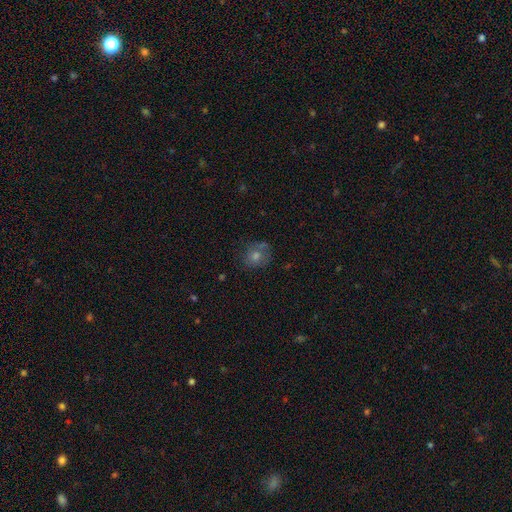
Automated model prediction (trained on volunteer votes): Smooth or featured? smooth (56%)
How rounded? round (79%)
Merging? none (71%)